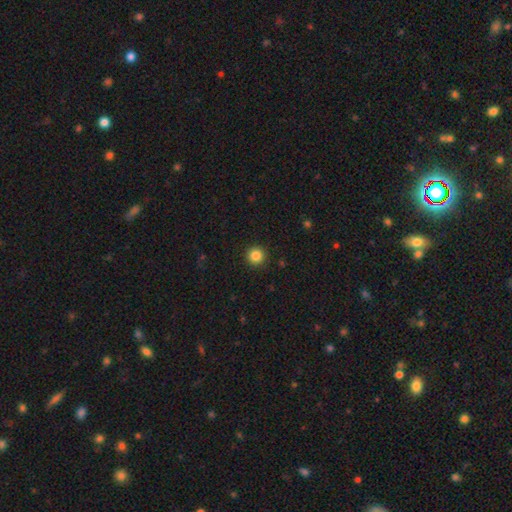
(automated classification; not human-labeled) Morphology: type=smooth (85%); roundness=round (95%); merging=none (92%).